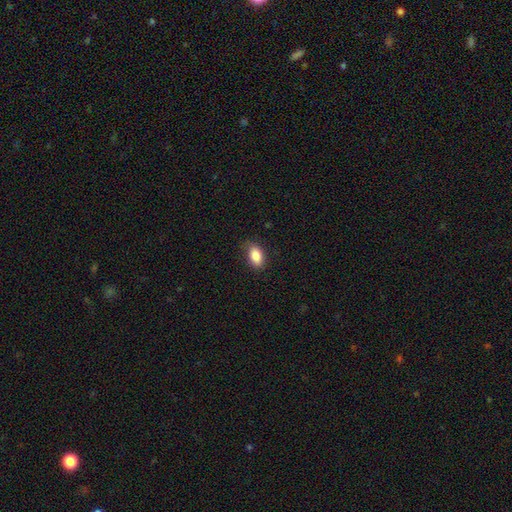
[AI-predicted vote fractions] This is clearly a smooth galaxy (86%). How rounded: clearly in between (89%). Merging: clearly none (81%).